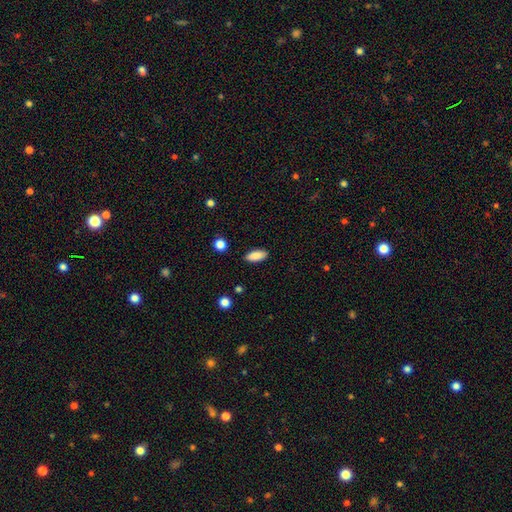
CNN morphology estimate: Smooth or featured? Predicted: smooth (p=0.88). How rounded? Predicted: in between (p=0.81). Merging? Predicted: none (p=0.88).